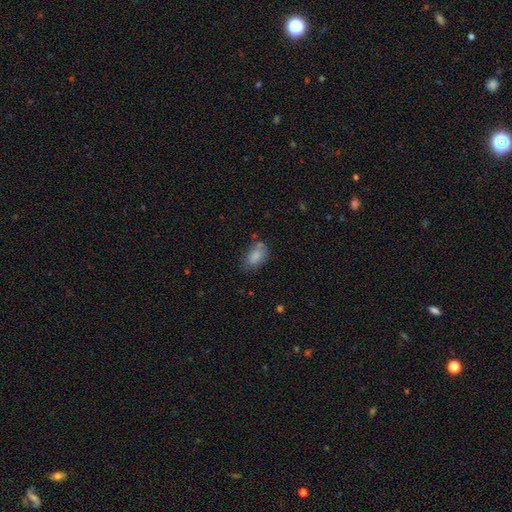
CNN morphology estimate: type=smooth (81%); roundness=in between (91%); merging=none (56%).